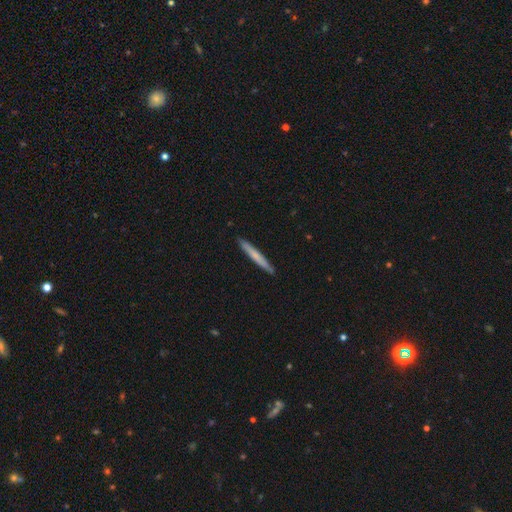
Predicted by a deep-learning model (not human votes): Smooth or featured? smooth (64%)
How rounded? cigar-shaped (96%)
Merging? none (91%)